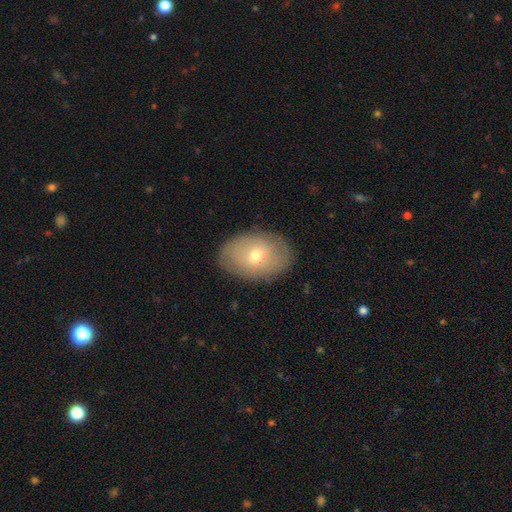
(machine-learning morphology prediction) type=smooth (59%); roundness=in between (82%); merging=none (83%).